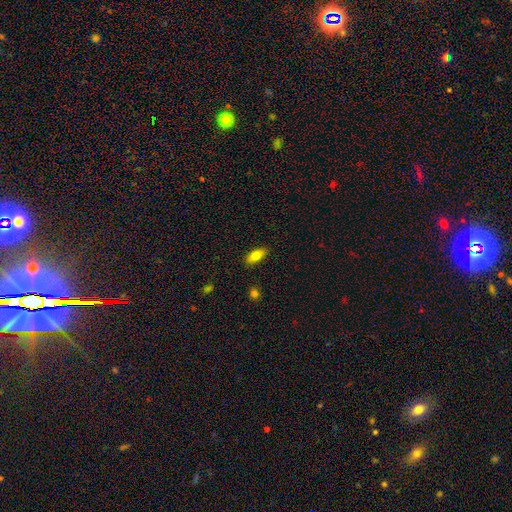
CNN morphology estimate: Smooth or featured? smooth (78%)
How rounded? in between (79%)
Merging? none (88%)